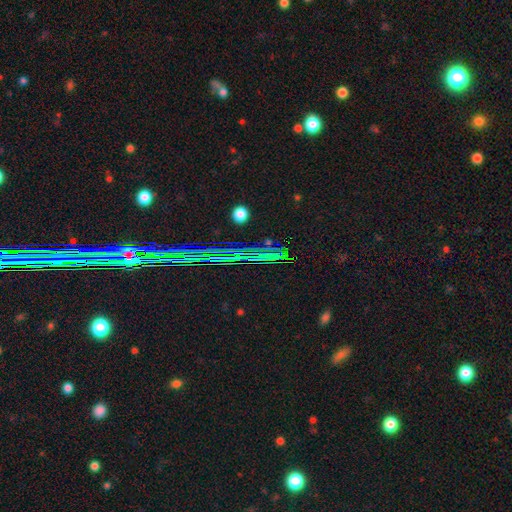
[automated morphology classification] smooth-or-featured: star or artifact: 72% | smooth: 16% | featured or disk: 12%